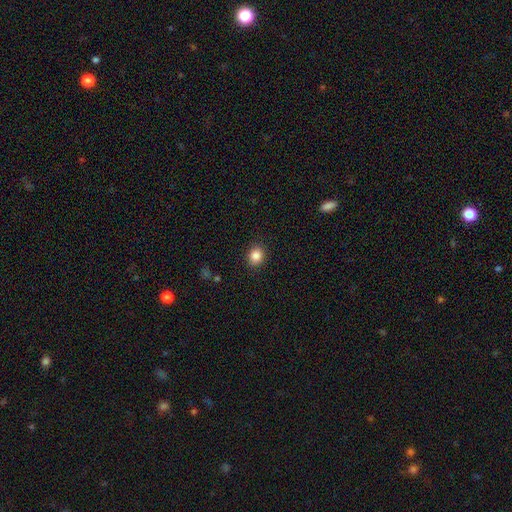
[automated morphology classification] Overall: smooth (86%). How rounded: round (70%). Merging: none (90%).